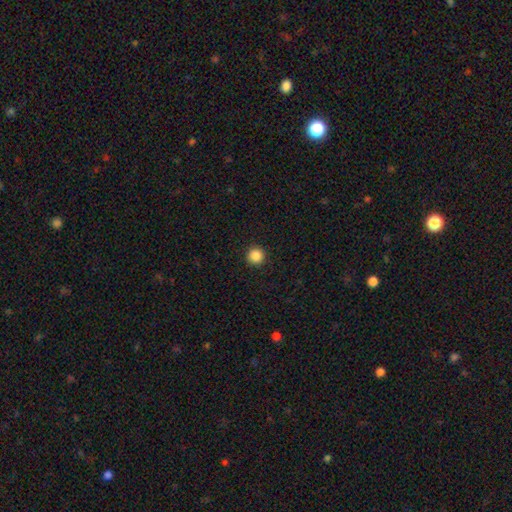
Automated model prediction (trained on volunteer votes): A smooth galaxy with no disk features (87%) that is round (96%). Merging: none (93%).